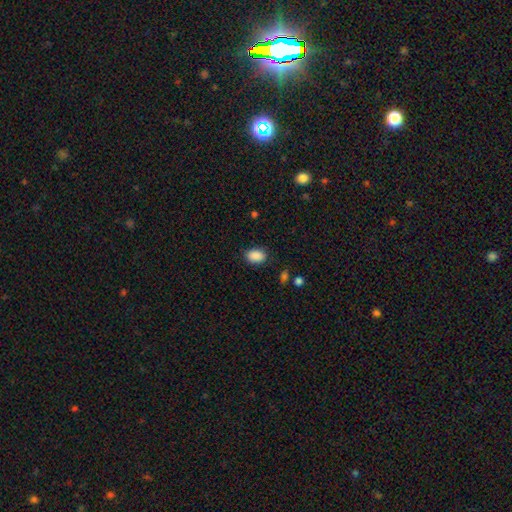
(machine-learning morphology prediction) Smooth or featured?
  - smooth: 89% *
  - star or artifact: 8%
  - featured or disk: 3%
How rounded?
  - in between: 83% *
  - round: 16%
  - cigar-shaped: 1%
Merging?
  - none: 85% *
  - minor disturbance: 11%
  - major disturbance: 3%
  - merger: 1%